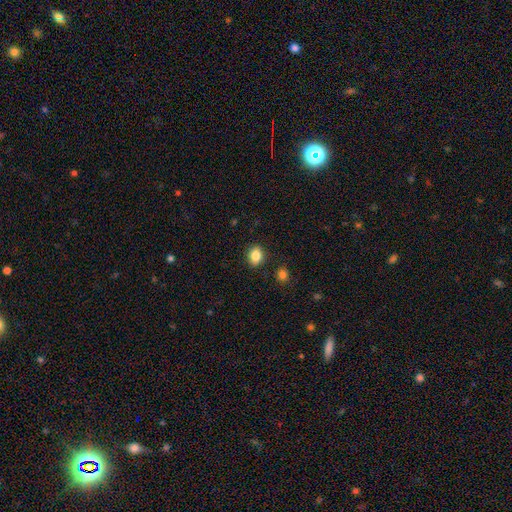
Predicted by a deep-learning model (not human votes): Smooth or featured?
  - smooth: 84% *
  - star or artifact: 10%
  - featured or disk: 6%
How rounded?
  - in between: 60% *
  - round: 39%
  - cigar-shaped: 1%
Merging?
  - none: 87% *
  - minor disturbance: 9%
  - major disturbance: 2%
  - merger: 2%